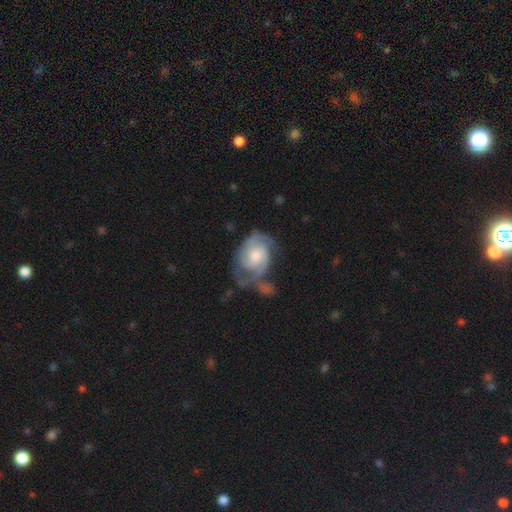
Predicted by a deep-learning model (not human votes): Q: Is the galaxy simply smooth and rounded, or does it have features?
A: featured or disk — 78%.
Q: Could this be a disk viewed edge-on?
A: no — 97%.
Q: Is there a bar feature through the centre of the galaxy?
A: no — 66%.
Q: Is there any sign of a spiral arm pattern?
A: yes — 93%.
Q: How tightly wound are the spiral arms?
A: tight — 45%.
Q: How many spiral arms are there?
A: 2 — 57%.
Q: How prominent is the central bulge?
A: moderate — 51%.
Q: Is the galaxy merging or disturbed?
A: none — 37%.